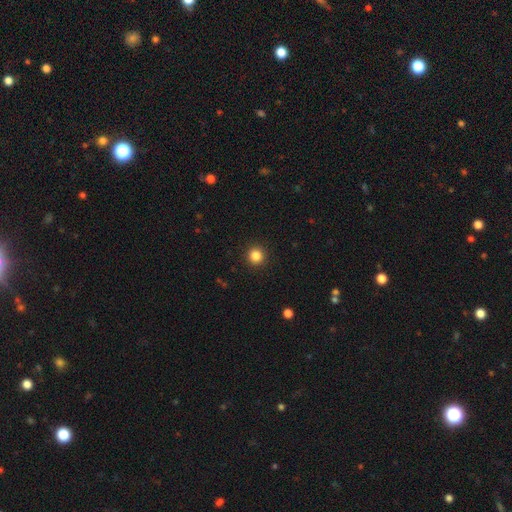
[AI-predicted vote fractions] Overall: smooth (84%). How rounded: round (95%). Merging: none (93%).